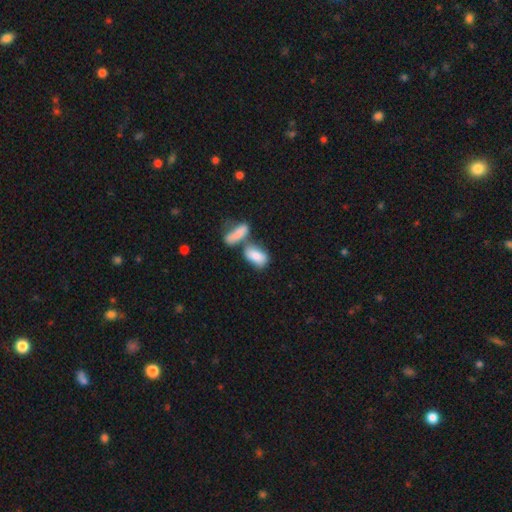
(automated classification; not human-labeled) Overall: smooth (81%). How rounded: in between (90%). Merging: merger (47%; none 35%).